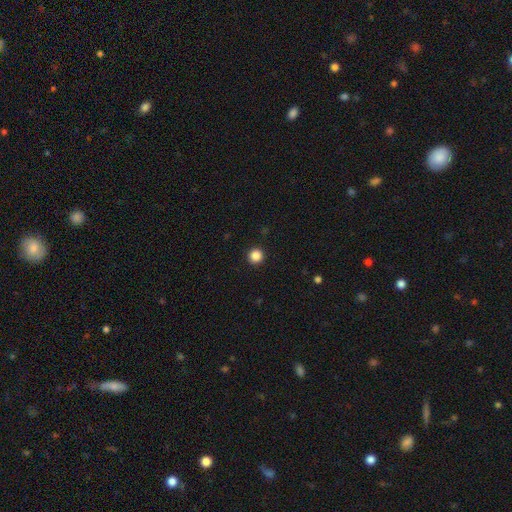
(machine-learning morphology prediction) A smooth galaxy with no disk features (87%) that is round (96%). Merging: none (94%).